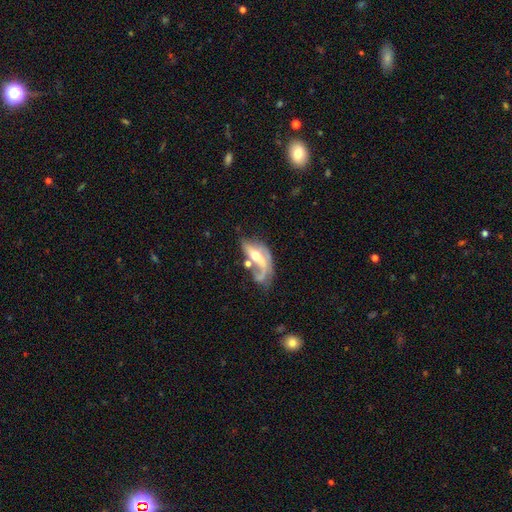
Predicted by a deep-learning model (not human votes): smooth-or-featured: featured or disk: 68% | smooth: 26% | star or artifact: 7%
  disk-edge-on: no: 84% | yes: 16%
    bar: no: 49% | weak: 30% | strong: 21%
    has-spiral-arms: yes: 61% | no: 39%
    bulge-size: moderate: 64% | small: 25% | large: 7% | none: 3% | dominant: 1%
  merging: major disturbance: 32% | merger: 27% | none: 23% | minor disturbance: 18%